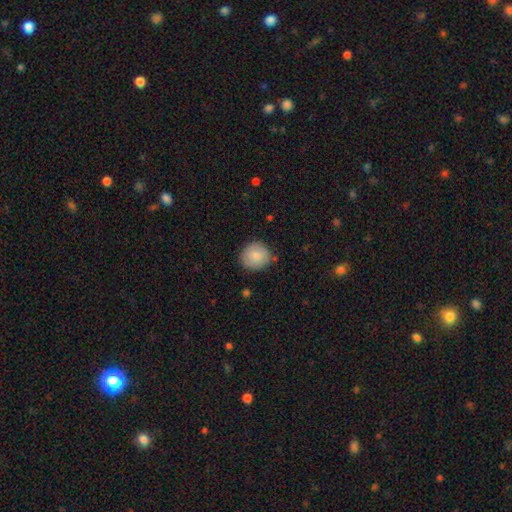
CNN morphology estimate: Smooth or featured?
  - smooth: 85% *
  - featured or disk: 9%
  - star or artifact: 7%
How rounded?
  - round: 89% *
  - in between: 10%
  - cigar-shaped: 1%
Merging?
  - none: 84% *
  - minor disturbance: 12%
  - major disturbance: 3%
  - merger: 2%